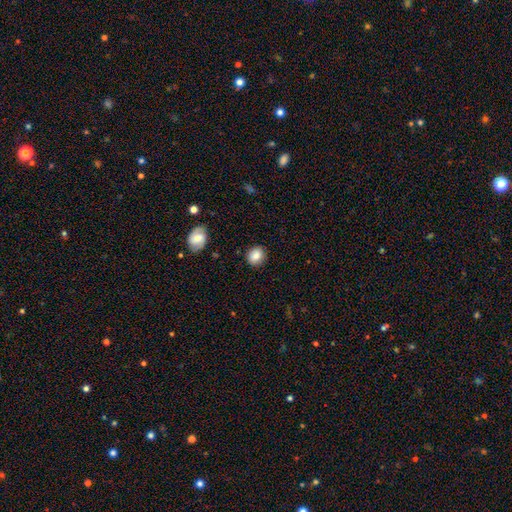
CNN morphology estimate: Smooth or featured: smooth — 84% (star or artifact — 8%)
How rounded: round — 68% (in between — 31%)
Merging: none — 87% (minor disturbance — 10%)